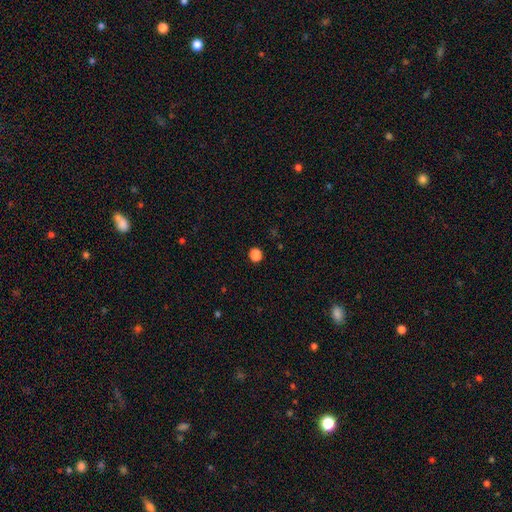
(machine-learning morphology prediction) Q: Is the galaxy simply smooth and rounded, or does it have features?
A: smooth — 83%.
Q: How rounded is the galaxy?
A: round — 78%.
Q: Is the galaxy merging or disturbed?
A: none — 92%.